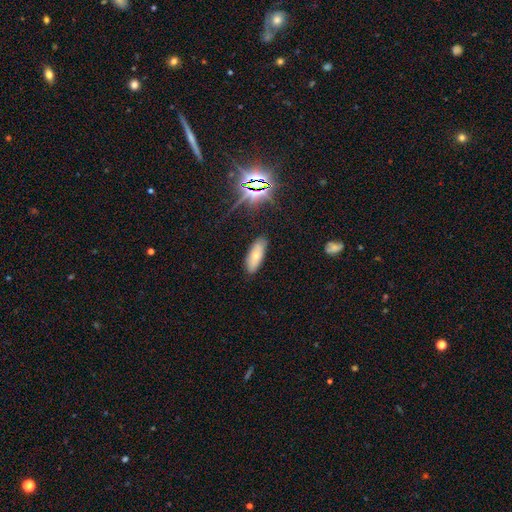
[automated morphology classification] Smooth or featured? smooth (69%)
How rounded? in between (68%)
Merging? none (85%)